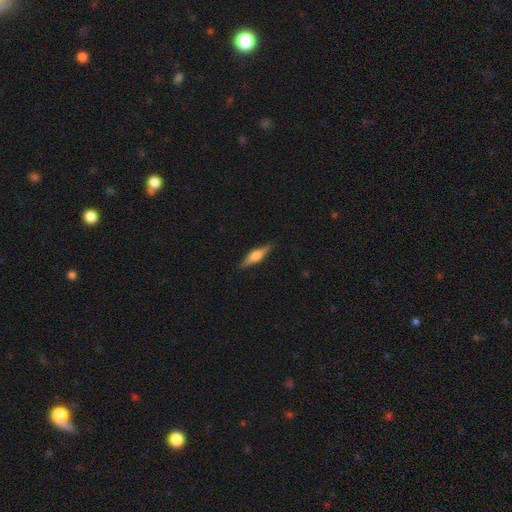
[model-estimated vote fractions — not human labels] A featured or disk galaxy (53%) viewed edge-on (95%) with a rounded central bulge (87%). Merging: none (88%).